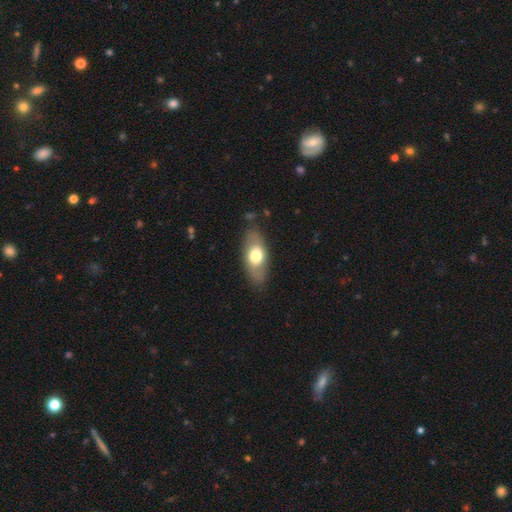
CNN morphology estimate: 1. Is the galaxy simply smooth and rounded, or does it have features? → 61% smooth, 33% featured or disk, 6% star or artifact.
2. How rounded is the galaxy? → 84% in between, 10% cigar-shaped, 6% round.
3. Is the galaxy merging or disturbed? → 80% none, 14% minor disturbance, 4% major disturbance, 2% merger.